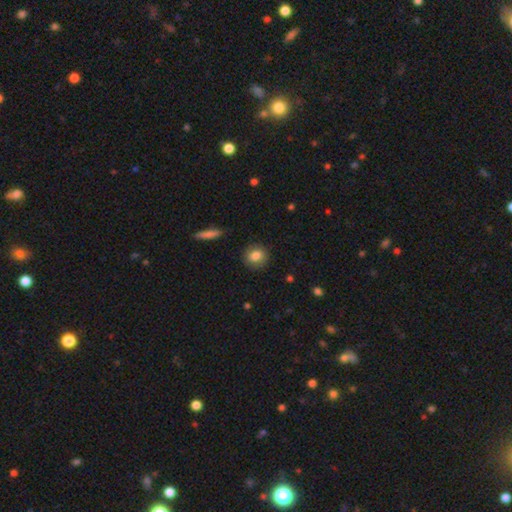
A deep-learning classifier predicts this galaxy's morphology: This is likely a smooth galaxy (79%). How rounded: likely round (79%). Merging: clearly none (85%).